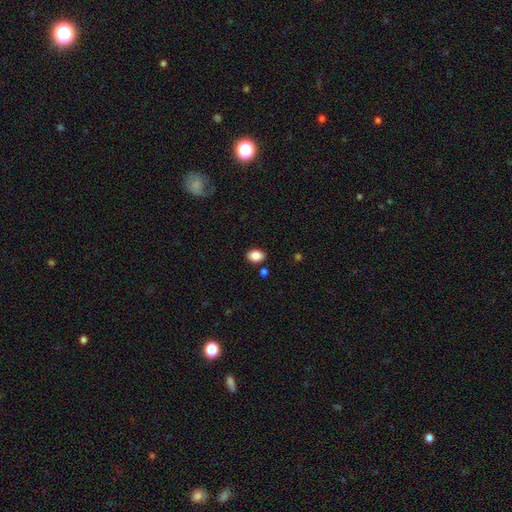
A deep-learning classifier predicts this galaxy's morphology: smooth_or_featured: smooth (p=0.86) [alt: star or artifact p=0.09]
how_rounded: in between (p=0.72) [alt: round p=0.27]
merging: none (p=0.84) [alt: minor disturbance p=0.09]